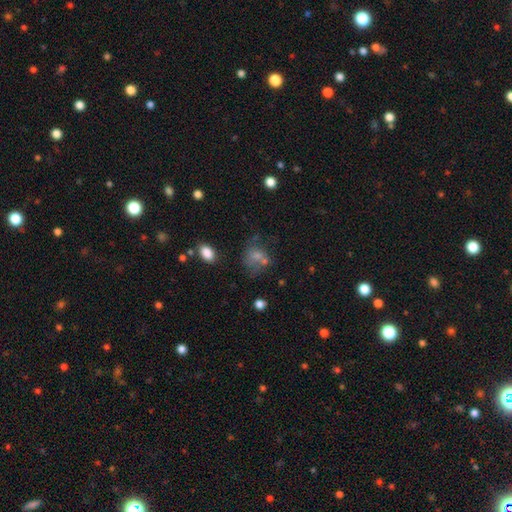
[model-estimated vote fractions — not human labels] smooth_or_featured: smooth (p=0.49) [alt: star or artifact p=0.26]
merging: none (p=0.45) [alt: minor disturbance p=0.21]